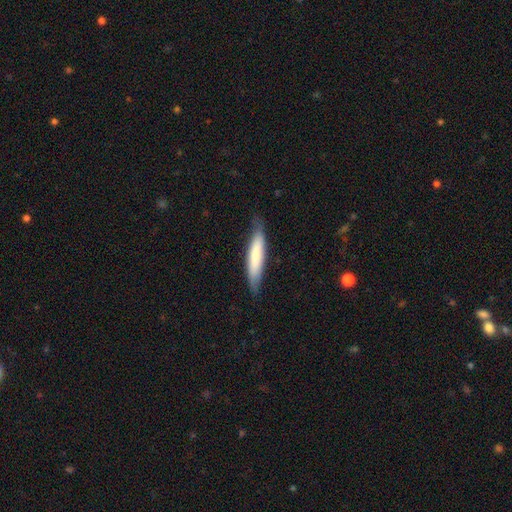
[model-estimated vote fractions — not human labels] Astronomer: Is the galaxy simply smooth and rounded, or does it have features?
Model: smooth — 72%.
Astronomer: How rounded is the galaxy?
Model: cigar-shaped — 84%.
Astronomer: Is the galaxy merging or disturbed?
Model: none — 77%.